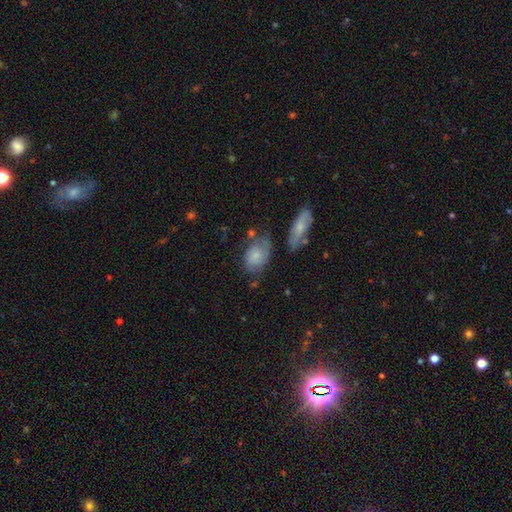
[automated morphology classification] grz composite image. It shows a smooth galaxy with no disk features (55%) that is in between round and cigar-shaped (76%). Merging: none (49%).